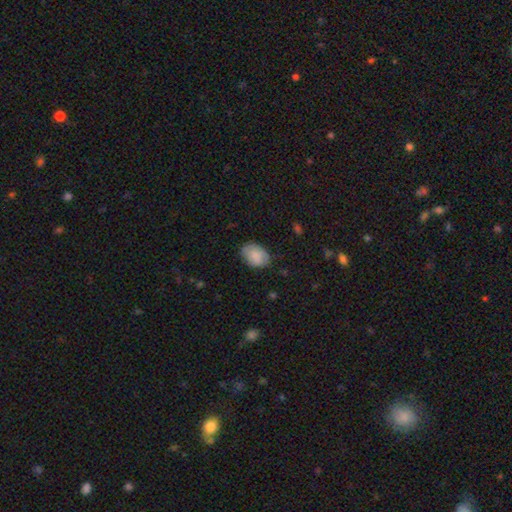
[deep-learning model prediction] This appears to be a smooth galaxy with no disk features (82%) that is in between round and cigar-shaped (81%). Merging: none (70%).